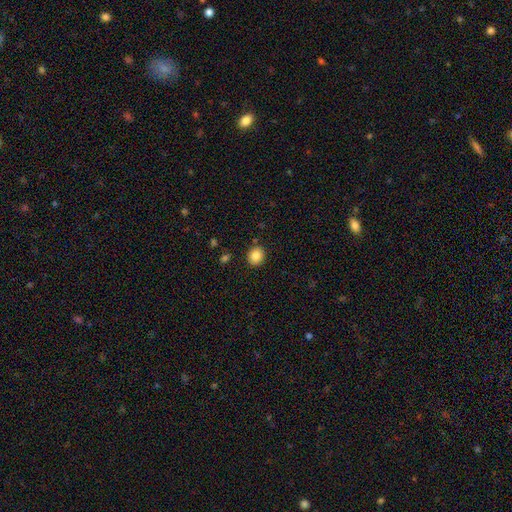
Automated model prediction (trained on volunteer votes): Smooth or featured: smooth — 85% (star or artifact — 9%)
How rounded: round — 80% (in between — 19%)
Merging: none — 89% (minor disturbance — 7%)